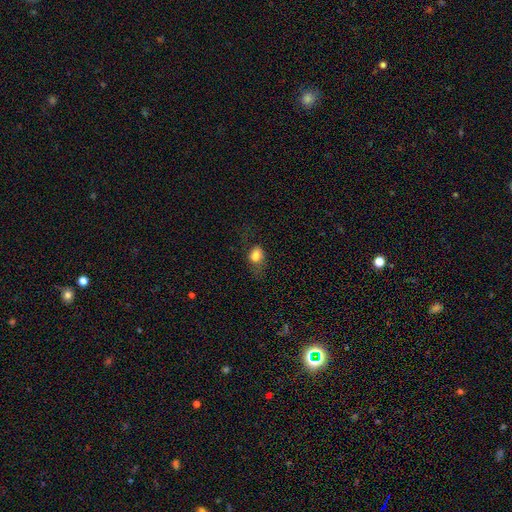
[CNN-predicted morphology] Smooth or featured? Predicted: smooth (p=0.76). How rounded? Predicted: in between (p=0.74). Merging? Predicted: none (p=0.49).